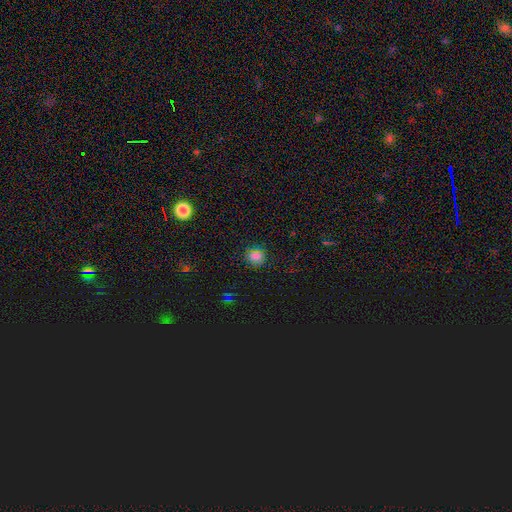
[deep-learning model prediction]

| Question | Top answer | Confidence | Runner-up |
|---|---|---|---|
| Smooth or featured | smooth | 70% | star or artifact (24%) |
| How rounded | round | 86% | in between (13%) |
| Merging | none | 87% | minor disturbance (9%) |